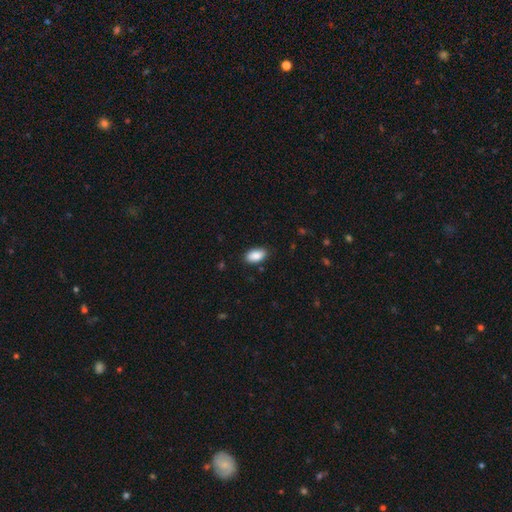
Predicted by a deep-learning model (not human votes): This appears to be a smooth galaxy with no disk features (89%) that is in between round and cigar-shaped (94%). Merging: none (86%).